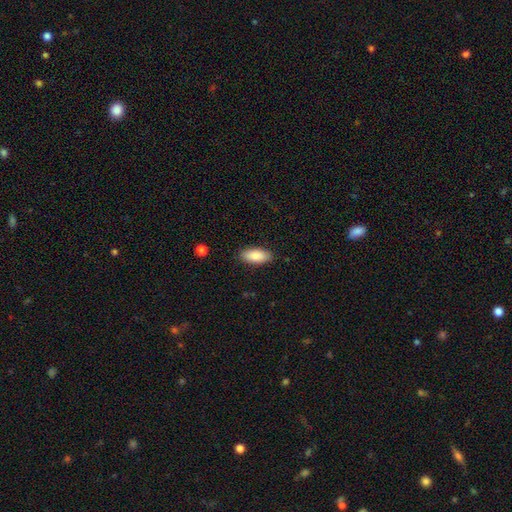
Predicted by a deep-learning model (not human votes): Overall: smooth (88%). How rounded: in between (87%). Merging: none (87%).